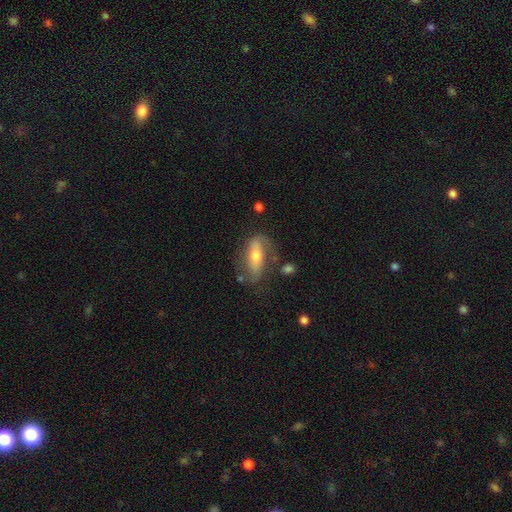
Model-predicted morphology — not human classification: Smooth or featured? Predicted: featured or disk (p=0.60). Edge-on disk? Predicted: no (p=0.82). Merging? Predicted: none (p=0.62).